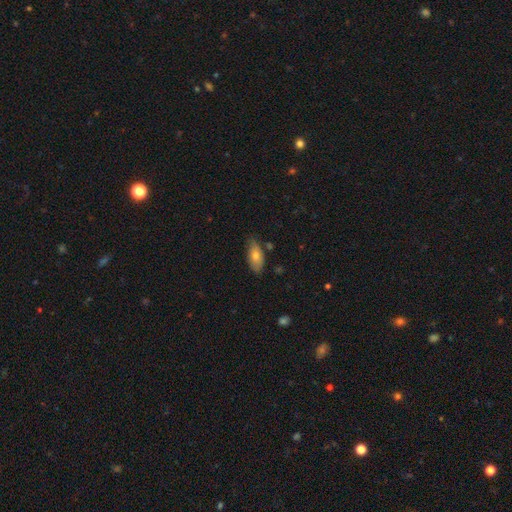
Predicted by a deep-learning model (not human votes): Smooth or featured: smooth — 69% (featured or disk — 24%)
How rounded: in between — 89% (cigar-shaped — 8%)
Merging: none — 68% (minor disturbance — 25%)